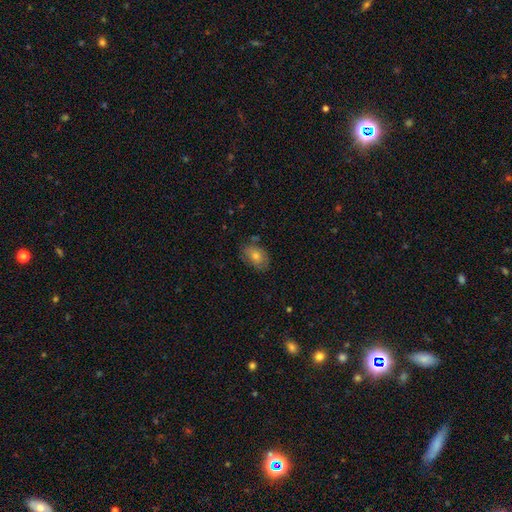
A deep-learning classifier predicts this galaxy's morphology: This appears to be a smooth galaxy with no disk features (65%) that is in between round and cigar-shaped (80%). Merging: none (77%).